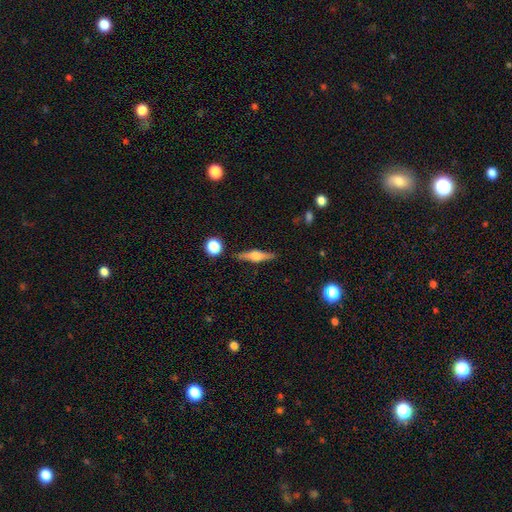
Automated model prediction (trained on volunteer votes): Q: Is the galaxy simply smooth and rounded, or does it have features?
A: featured or disk — 65%.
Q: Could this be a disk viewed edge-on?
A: yes — 96%.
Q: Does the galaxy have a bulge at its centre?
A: rounded — 86%.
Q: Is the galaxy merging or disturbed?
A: none — 87%.